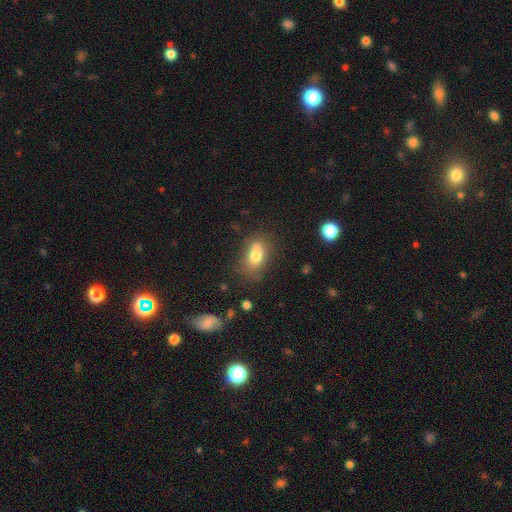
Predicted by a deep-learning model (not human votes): smooth_or_featured: smooth (p=0.72) [alt: featured or disk p=0.17]
how_rounded: in between (p=0.76) [alt: round p=0.21]
merging: none (p=0.48) [alt: merger p=0.28]